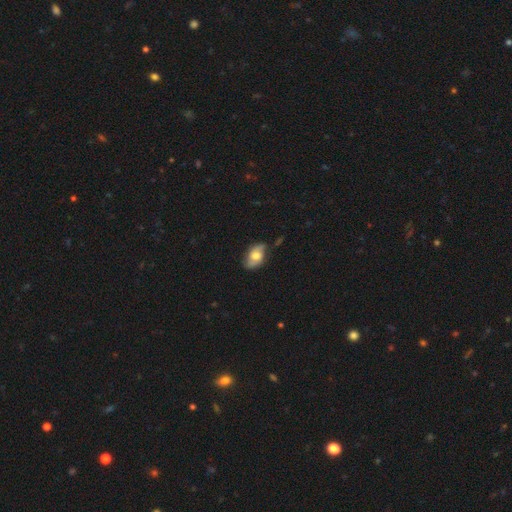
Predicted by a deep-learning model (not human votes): smooth_or_featured: smooth (p=0.47) [alt: featured or disk p=0.45]
merging: none (p=0.62) [alt: minor disturbance p=0.27]